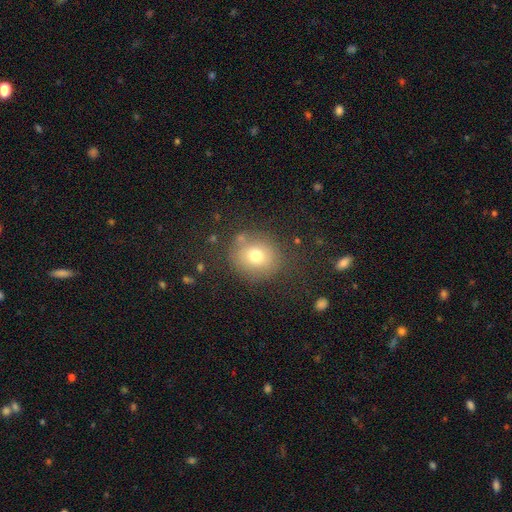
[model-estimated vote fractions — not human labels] Morphology: type=smooth (72%); roundness=round (81%); merging=none (75%).